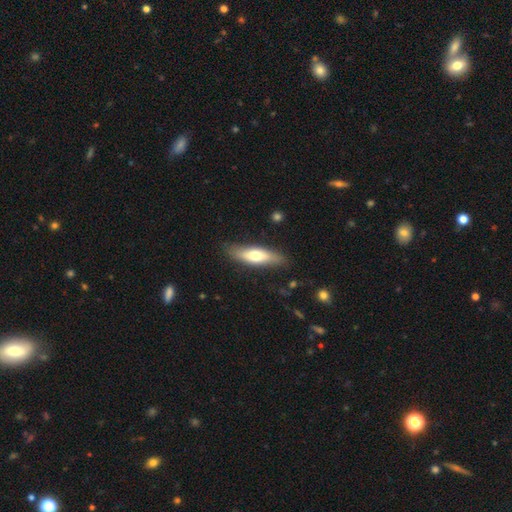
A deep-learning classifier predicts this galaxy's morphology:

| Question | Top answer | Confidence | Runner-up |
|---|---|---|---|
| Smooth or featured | smooth | 60% | featured or disk (35%) |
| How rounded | cigar-shaped | 54% | in between (44%) |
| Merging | none | 83% | minor disturbance (13%) |